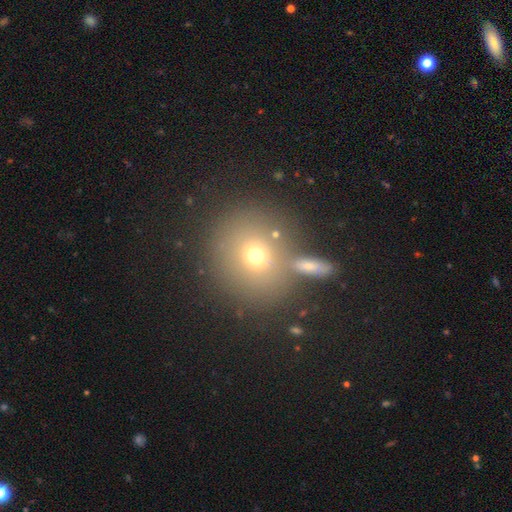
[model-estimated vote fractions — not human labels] This appears to be a smooth galaxy with no disk features (66%) that is round (85%). Merging: none (70%).